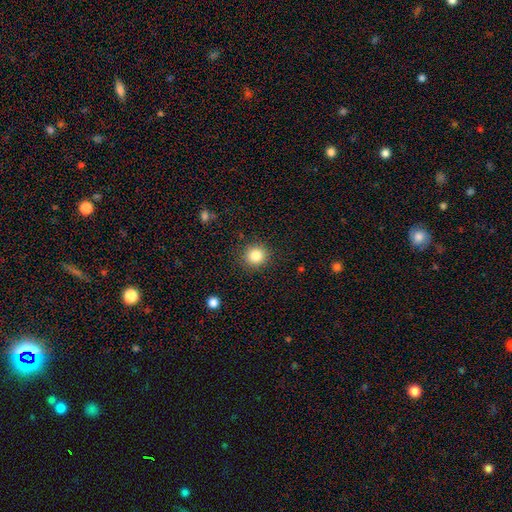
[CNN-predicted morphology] type=smooth (84%); roundness=round (91%); merging=none (89%).